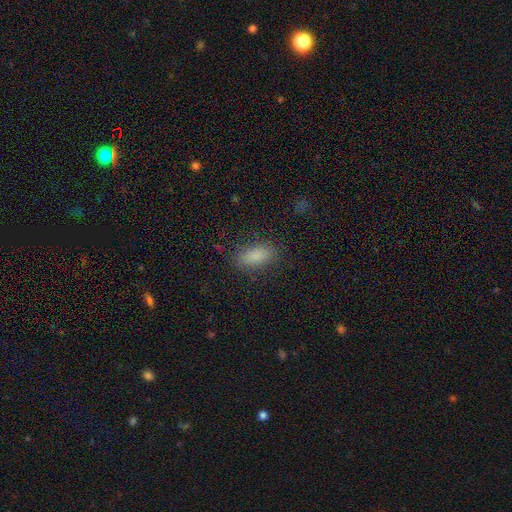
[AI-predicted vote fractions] Smooth or featured? Predicted: smooth (p=0.86). How rounded? Predicted: in between (p=0.83). Merging? Predicted: none (p=0.85).